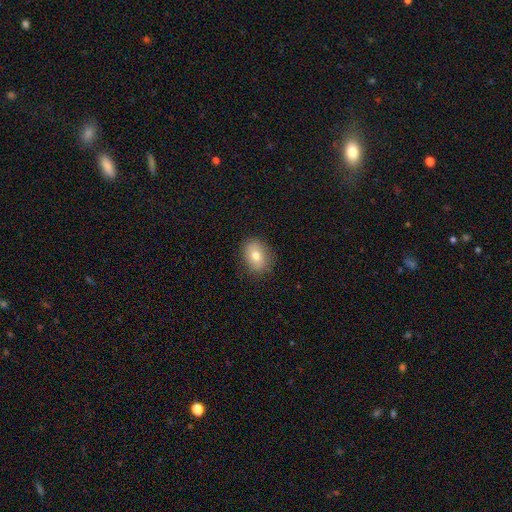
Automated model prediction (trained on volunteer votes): A smooth galaxy with no disk features (75%) that is in between round and cigar-shaped (64%).

Vote fractions:
- Smooth or featured? smooth: 75% / featured or disk: 16% / star or artifact: 9%
- How rounded? in between: 64% / round: 35% / cigar-shaped: 1%
- Merging? none: 84% / minor disturbance: 12% / major disturbance: 3% / merger: 1%